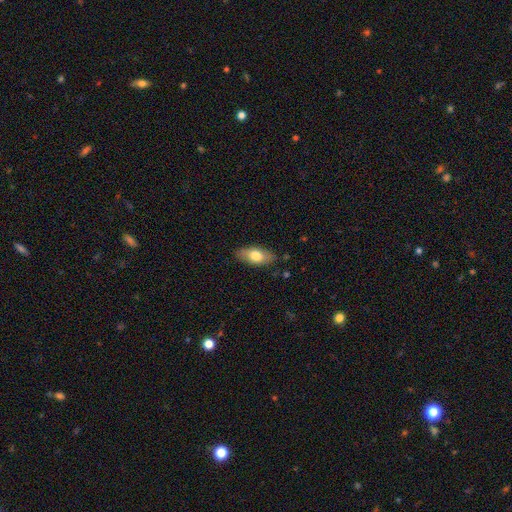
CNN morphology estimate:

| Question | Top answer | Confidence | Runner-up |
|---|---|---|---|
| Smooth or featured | smooth | 73% | featured or disk (21%) |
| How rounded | in between | 86% | cigar-shaped (10%) |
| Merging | none | 84% | minor disturbance (12%) |